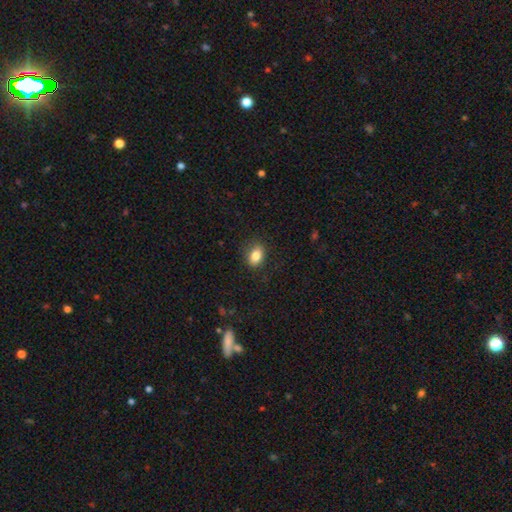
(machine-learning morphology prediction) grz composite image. It shows a smooth galaxy with no disk features (83%) that is in between round and cigar-shaped (76%). Merging: none (84%).